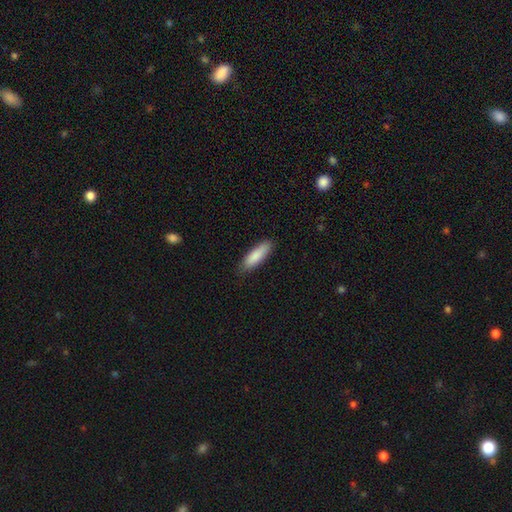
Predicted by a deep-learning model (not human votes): This is clearly a smooth galaxy (87%). How rounded: possibly cigar-shaped (52%). Merging: clearly none (84%).